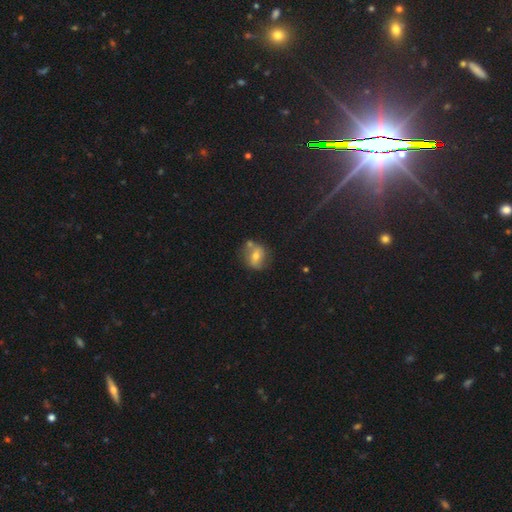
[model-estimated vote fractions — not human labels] Smooth or featured? smooth (53%)
How rounded? round (56%)
Merging? none (62%)